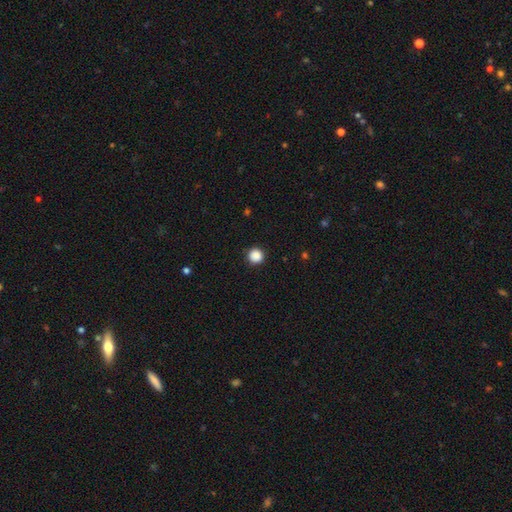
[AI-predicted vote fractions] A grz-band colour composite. It shows a smooth galaxy with no disk features (87%) that is round (95%). Merging: none (91%).